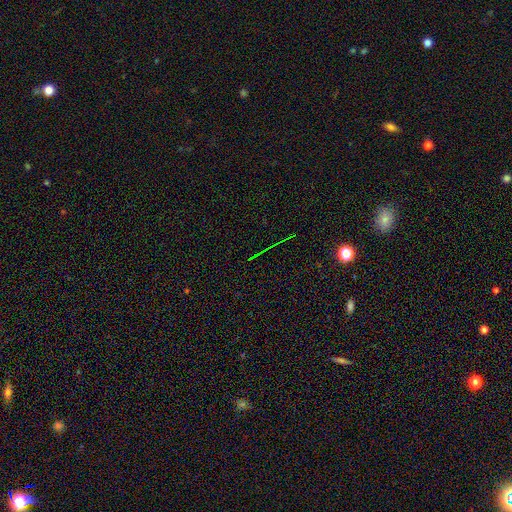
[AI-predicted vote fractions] A star or artifact, not a galaxy (80%).